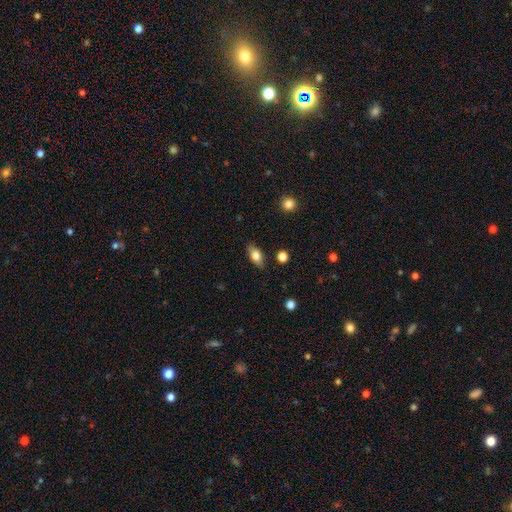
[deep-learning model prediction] This appears to be a smooth galaxy with no disk features (77%) that is in between round and cigar-shaped (85%). Merging: none (85%).